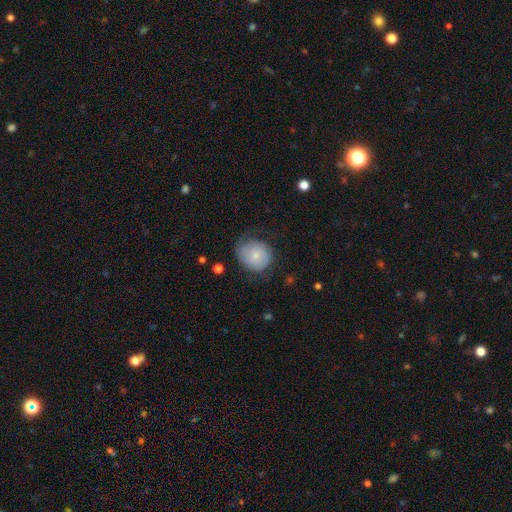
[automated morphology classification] Smooth or featured?
  - smooth: 63% *
  - featured or disk: 30%
  - star or artifact: 7%
How rounded?
  - round: 73% *
  - in between: 26%
  - cigar-shaped: 1%
Merging?
  - none: 55% *
  - minor disturbance: 30%
  - major disturbance: 13%
  - merger: 1%